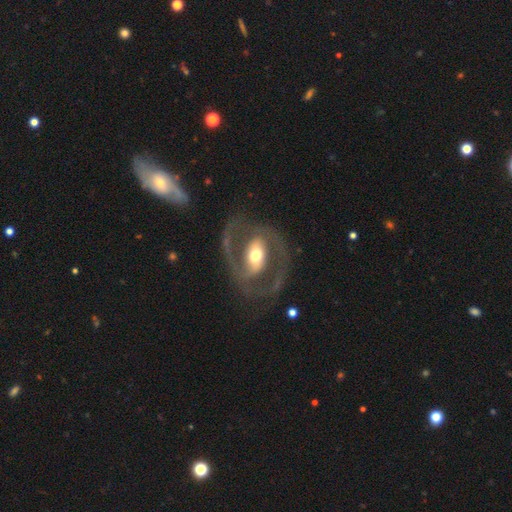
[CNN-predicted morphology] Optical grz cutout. It shows a featured or disk galaxy (86%) with a strong bar (47%), 2 (91%) medium (57%) spiral arms (89%) and a moderate central bulge (67%). Merging: none (75%).